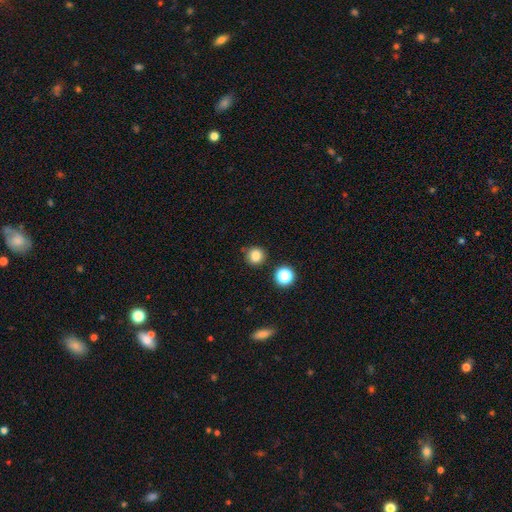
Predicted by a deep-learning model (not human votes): smooth_or_featured: smooth (p=0.83) [alt: star or artifact p=0.13]
how_rounded: round (p=0.92) [alt: in between p=0.07]
merging: none (p=0.84) [alt: minor disturbance p=0.09]